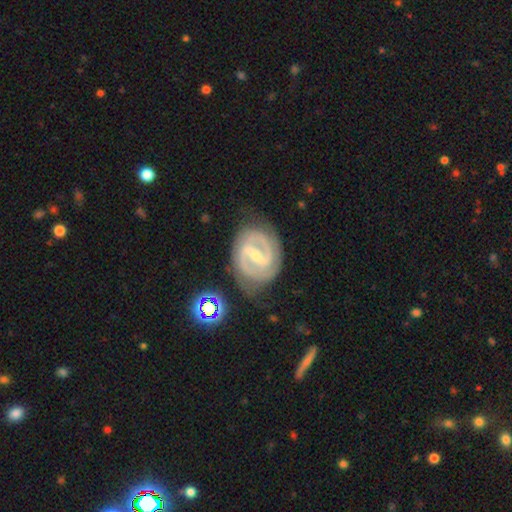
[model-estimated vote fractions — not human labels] smooth_or_featured: featured or disk (p=0.90) [alt: smooth p=0.05]
disk_edge_on: no (p=0.98) [alt: yes p=0.02]
bar: strong (p=0.59) [alt: weak p=0.33]
has_spiral_arms: yes (p=0.97) [alt: no p=0.03]
spiral_winding: medium (p=0.49) [alt: tight p=0.41]
spiral_arm_count: 2 (p=0.91) [alt: can't tell p=0.03]
bulge_size: small (p=0.62) [alt: moderate p=0.32]
merging: none (p=0.72) [alt: minor disturbance p=0.19]